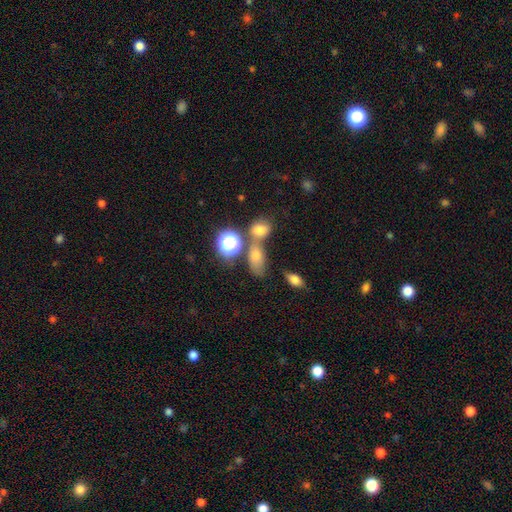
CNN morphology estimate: Smooth or featured?
  - smooth: 69% *
  - star or artifact: 18%
  - featured or disk: 13%
How rounded?
  - in between: 74% *
  - round: 21%
  - cigar-shaped: 5%
Merging?
  - none: 46% *
  - merger: 33%
  - minor disturbance: 14%
  - major disturbance: 7%